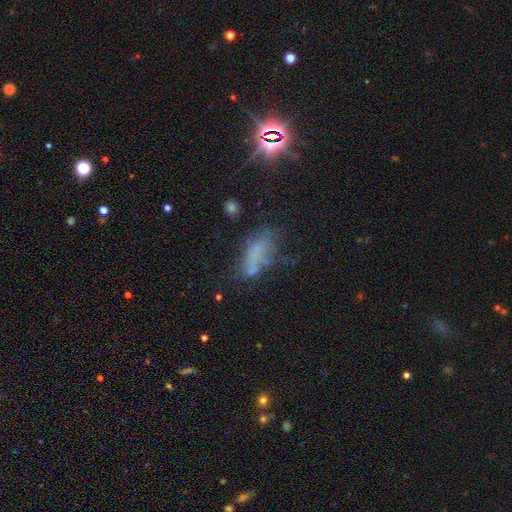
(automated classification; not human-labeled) Q: Smooth or featured?
A: smooth (40%); runner-up: featured or disk (33%)
Q: Merging?
A: none (35%); runner-up: major disturbance (31%)